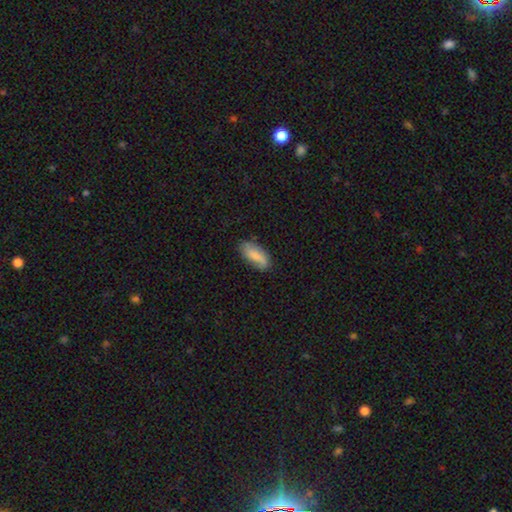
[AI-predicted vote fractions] Smooth or featured: smooth — 72% (featured or disk — 21%)
How rounded: in between — 87% (cigar-shaped — 11%)
Merging: none — 69% (minor disturbance — 23%)